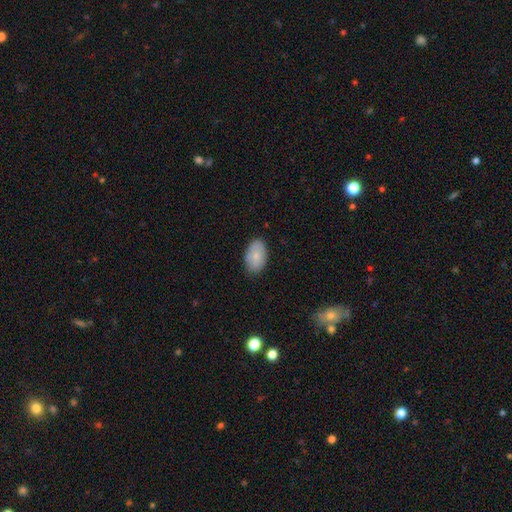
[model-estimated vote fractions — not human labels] This appears to be a smooth galaxy with no disk features (82%) that is in between round and cigar-shaped (92%). Merging: none (83%).